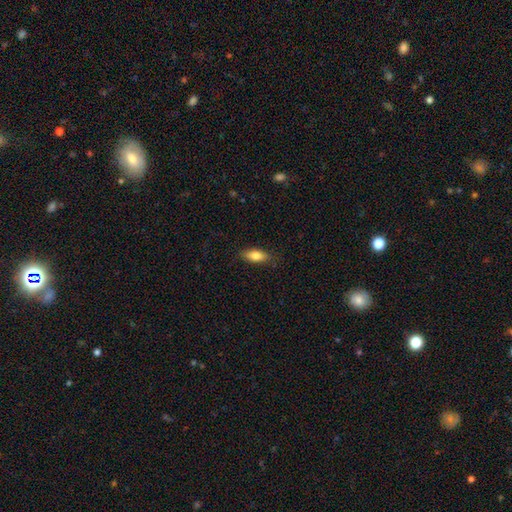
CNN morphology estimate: A smooth galaxy with no disk features (79%) that is in between round and cigar-shaped (77%).

Vote fractions:
- Smooth or featured? smooth: 79% / featured or disk: 14% / star or artifact: 7%
- How rounded? in between: 77% / cigar-shaped: 20% / round: 3%
- Merging? none: 85% / minor disturbance: 12% / major disturbance: 2% / merger: 1%